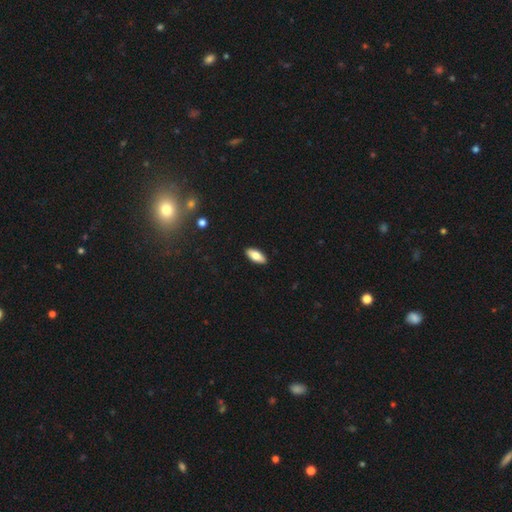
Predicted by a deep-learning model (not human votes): Q: Smooth or featured?
A: smooth (77%); runner-up: featured or disk (17%)
Q: How rounded?
A: in between (81%); runner-up: cigar-shaped (17%)
Q: Merging?
A: none (91%); runner-up: minor disturbance (7%)